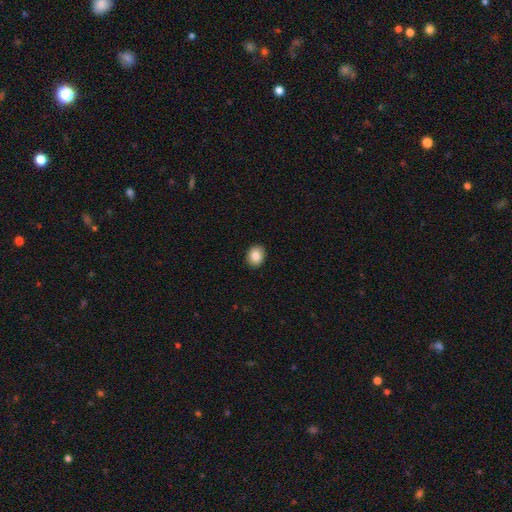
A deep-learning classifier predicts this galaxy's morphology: The model was most divided on "how rounded": round: 56%, in between: 43%, cigar-shaped: 1%. More confident: merging — none (90%); smooth or featured — smooth (86%).